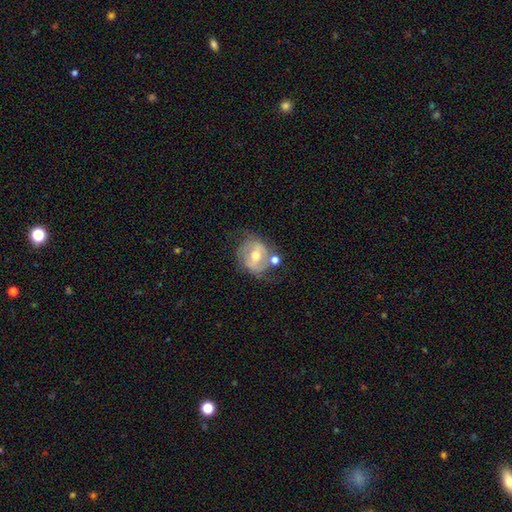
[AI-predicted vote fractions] featured or disk 61%, smooth 32%, star or artifact 8%. Down the decision tree: edge-on disk — no (95%); bar — weak (41%); spiral arms — yes (51%); bulge size — moderate (73%); merging — none (51%).